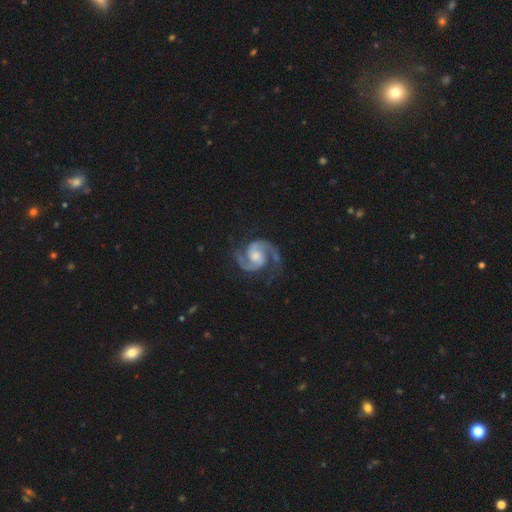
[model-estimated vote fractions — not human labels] Overall: featured or disk (93%). Edge-on disk: no (98%). Bar: no (52%; weak 37%). Spiral arms: yes (99%). Spiral arm count: 2 (94%). Spiral winding: medium (64%). Bulge size: moderate (45%; small 21%). Merging: none (77%).